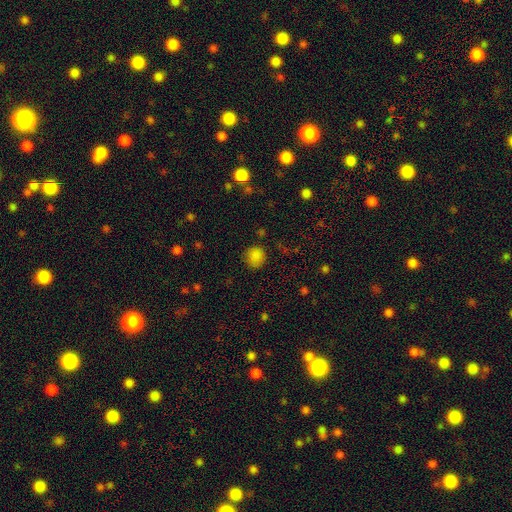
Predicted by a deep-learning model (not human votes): Morphology: type=smooth (83%); roundness=round (85%); merging=none (80%).